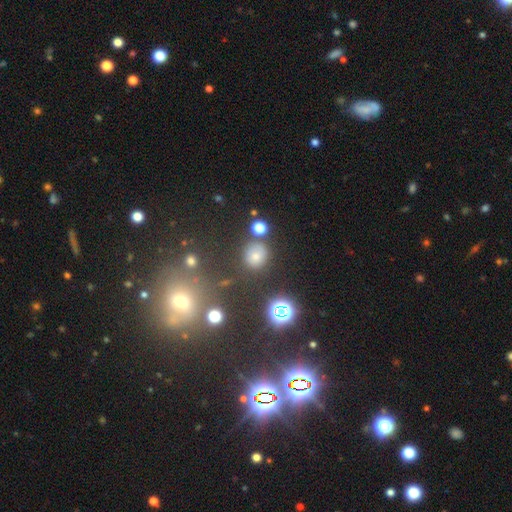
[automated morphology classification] Q: Smooth or featured?
A: smooth (67%); runner-up: star or artifact (24%)
Q: How rounded?
A: round (82%); runner-up: in between (17%)
Q: Merging?
A: none (74%); runner-up: minor disturbance (14%)